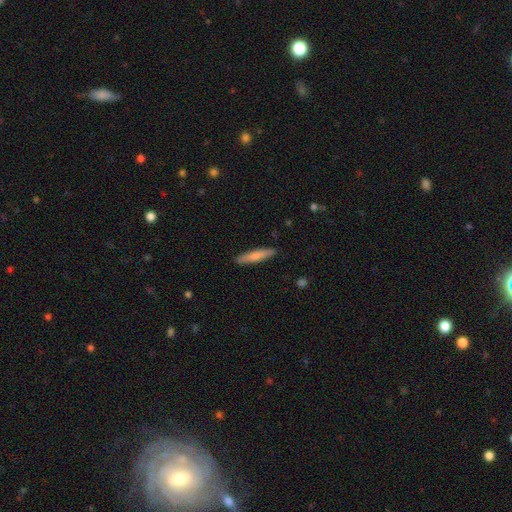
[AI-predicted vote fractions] smooth_or_featured: smooth (p=0.74) [alt: featured or disk p=0.21]
how_rounded: cigar-shaped (p=0.88) [alt: in between p=0.11]
merging: none (p=0.89) [alt: minor disturbance p=0.08]